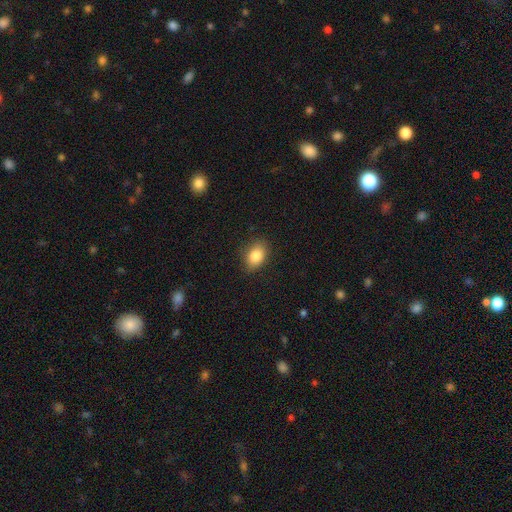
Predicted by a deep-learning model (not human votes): smooth 85%, star or artifact 8%, featured or disk 7%. Down the decision tree: how rounded — in between (81%); merging — none (84%).